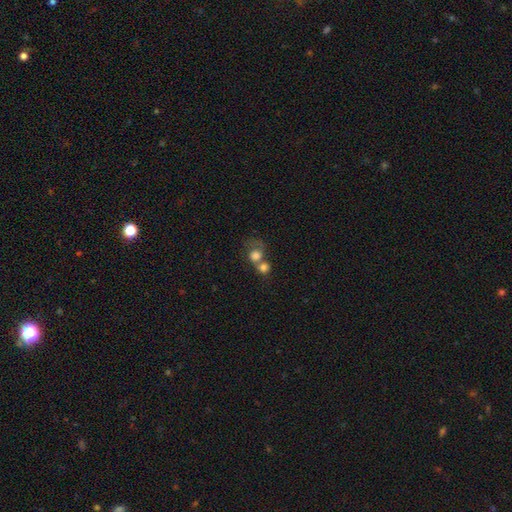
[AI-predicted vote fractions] This appears to be a smooth galaxy with no disk features (73%) that is round (74%). Merging: merger (66%).